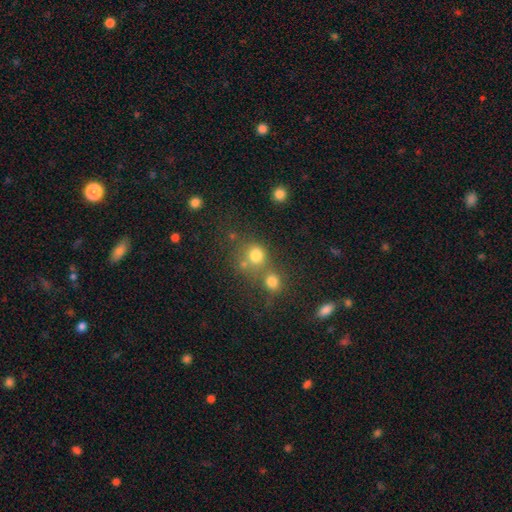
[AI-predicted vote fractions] Smooth or featured? smooth (75%)
How rounded? round (82%)
Merging? none (49%)